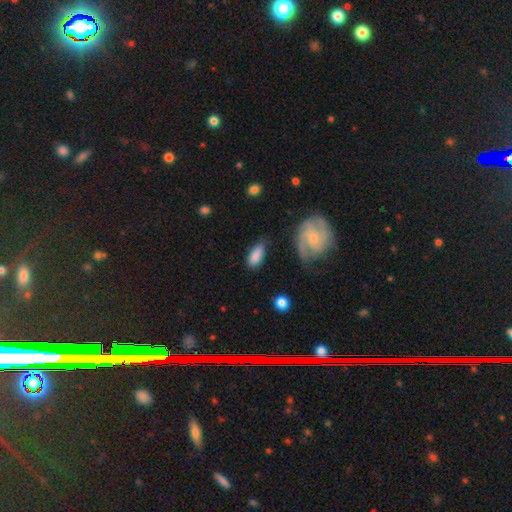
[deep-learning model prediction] smooth-or-featured: smooth: 77% | featured or disk: 17% | star or artifact: 6%
  how-rounded: in between: 85% | cigar-shaped: 12% | round: 3%
  merging: none: 68% | minor disturbance: 22% | major disturbance: 7% | merger: 3%